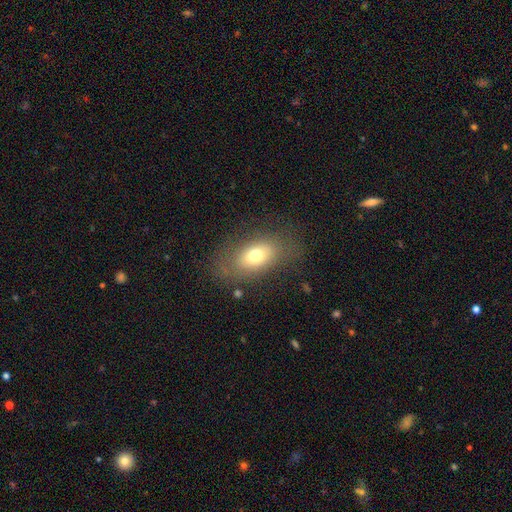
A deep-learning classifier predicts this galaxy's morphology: Smooth or featured: smooth — 70% (featured or disk — 20%)
How rounded: in between — 85% (round — 11%)
Merging: none — 72% (minor disturbance — 17%)